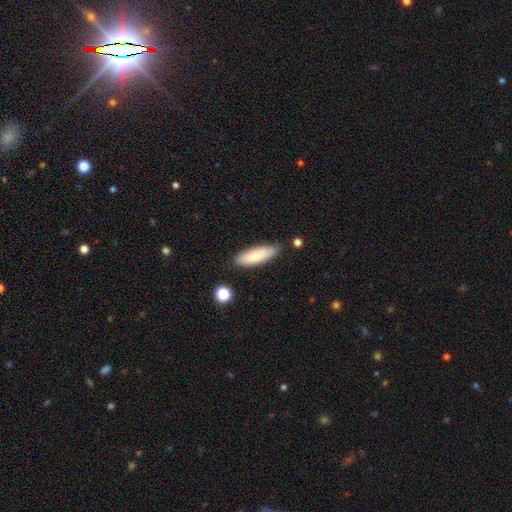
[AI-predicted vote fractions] Morphology: type=smooth (75%); roundness=in between (52%); merging=none (80%).